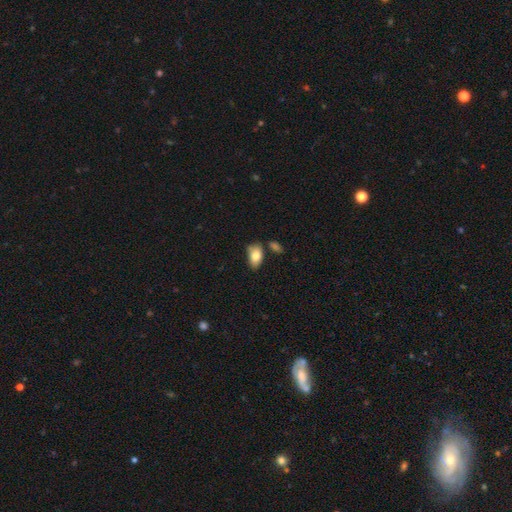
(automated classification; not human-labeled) Smooth or featured?
  - smooth: 82% *
  - featured or disk: 11%
  - star or artifact: 7%
How rounded?
  - in between: 92% *
  - round: 6%
  - cigar-shaped: 2%
Merging?
  - none: 71% *
  - minor disturbance: 18%
  - merger: 8%
  - major disturbance: 4%